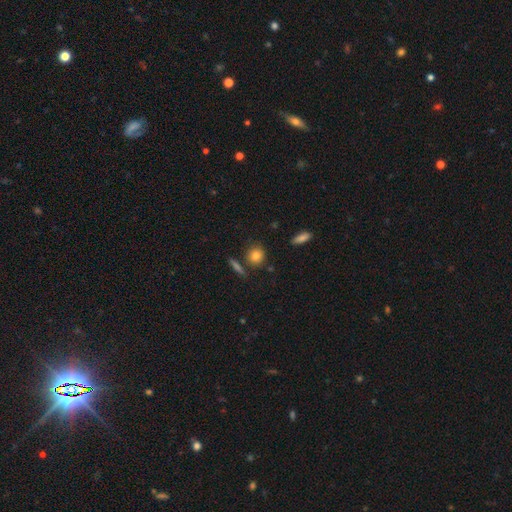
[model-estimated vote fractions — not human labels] Smooth or featured?
  - smooth: 82% *
  - star or artifact: 9%
  - featured or disk: 9%
How rounded?
  - round: 79% *
  - in between: 18%
  - cigar-shaped: 3%
Merging?
  - none: 78% *
  - minor disturbance: 11%
  - merger: 8%
  - major disturbance: 3%